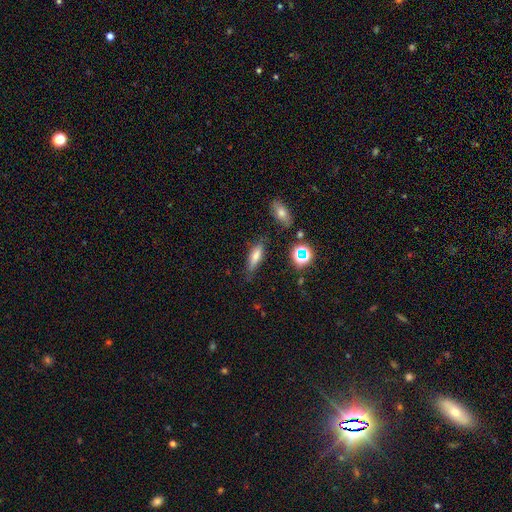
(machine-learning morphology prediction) Q: Smooth or featured?
A: smooth (61%); runner-up: featured or disk (24%)
Q: How rounded?
A: cigar-shaped (53%); runner-up: in between (43%)
Q: Merging?
A: none (69%); runner-up: minor disturbance (21%)